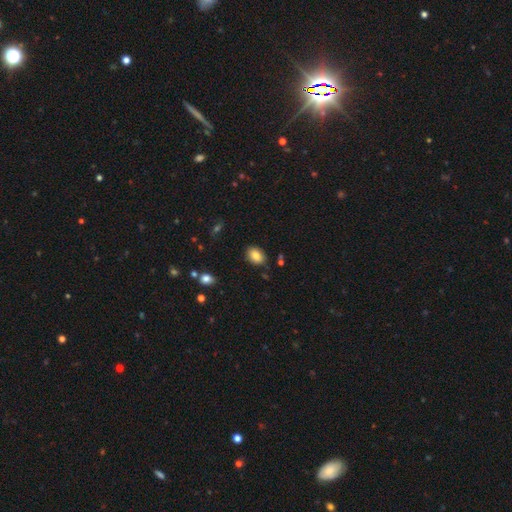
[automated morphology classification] Smooth or featured?
  - smooth: 84% *
  - star or artifact: 9%
  - featured or disk: 7%
How rounded?
  - in between: 77% *
  - round: 22%
  - cigar-shaped: 1%
Merging?
  - none: 84% *
  - minor disturbance: 11%
  - merger: 2%
  - major disturbance: 2%